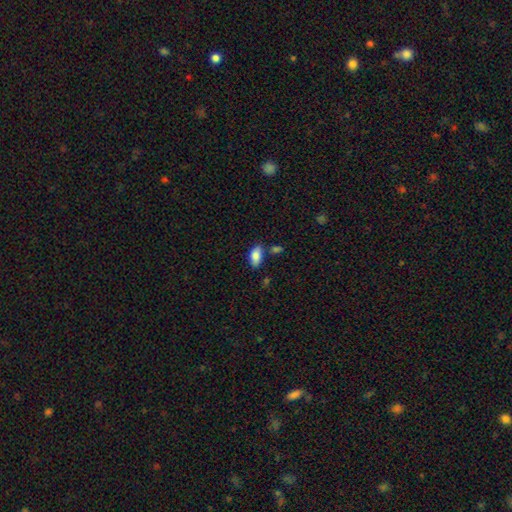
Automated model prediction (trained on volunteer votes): Q: Smooth or featured?
A: smooth (85%); runner-up: featured or disk (7%)
Q: How rounded?
A: in between (92%); runner-up: cigar-shaped (5%)
Q: Merging?
A: none (68%); runner-up: minor disturbance (19%)